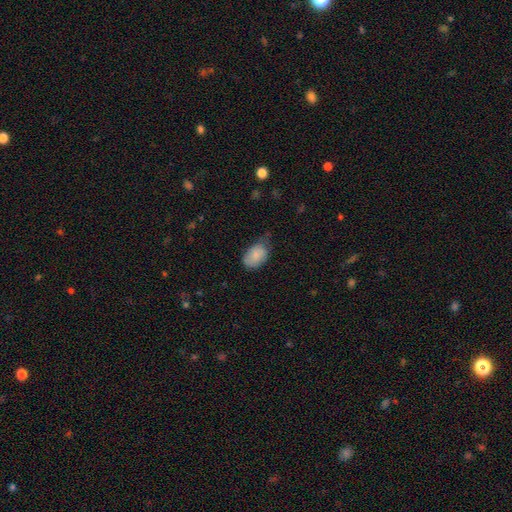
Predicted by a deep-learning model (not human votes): The model was most divided on "merging": minor disturbance: 45%, none: 41%, major disturbance: 13%, merger: 2%. More confident: how rounded — in between (88%); smooth or featured — smooth (82%).